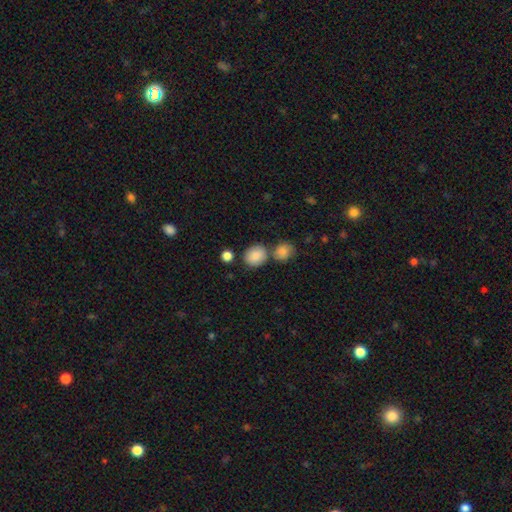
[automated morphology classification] A smooth galaxy with no disk features (86%) that is round (65%). Merging: none (64%).